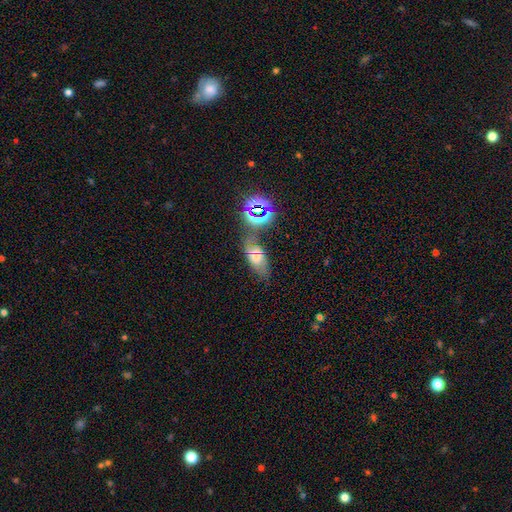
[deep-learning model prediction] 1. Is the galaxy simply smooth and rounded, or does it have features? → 46% smooth, 31% star or artifact, 23% featured or disk.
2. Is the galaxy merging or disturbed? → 58% none, 19% minor disturbance, 14% merger, 9% major disturbance.